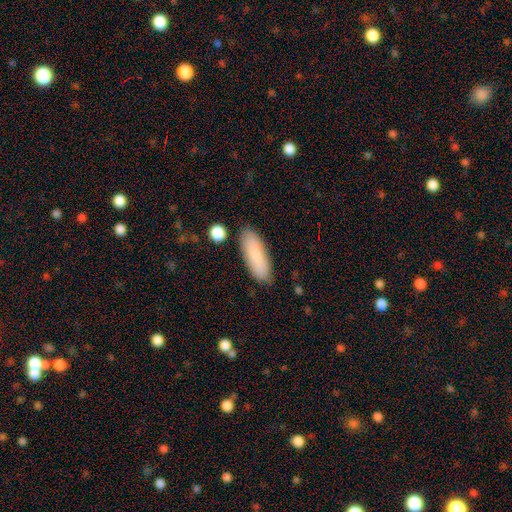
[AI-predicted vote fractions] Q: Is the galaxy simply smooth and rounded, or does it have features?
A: smooth — 84%.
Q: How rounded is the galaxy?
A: in between — 63%.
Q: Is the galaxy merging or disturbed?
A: none — 86%.